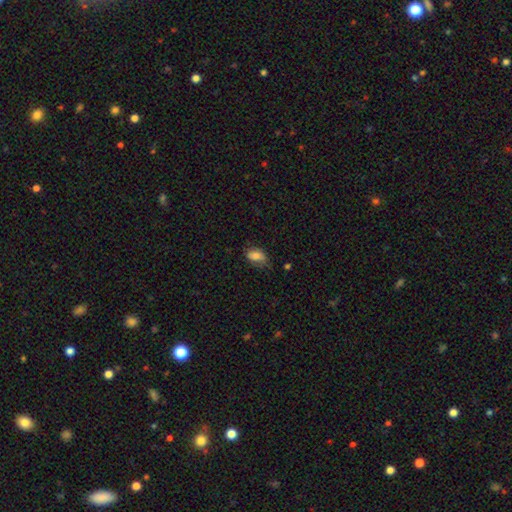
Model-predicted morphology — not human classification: Smooth or featured: smooth — 79% (featured or disk — 13%)
How rounded: in between — 89% (round — 9%)
Merging: none — 56% (minor disturbance — 32%)